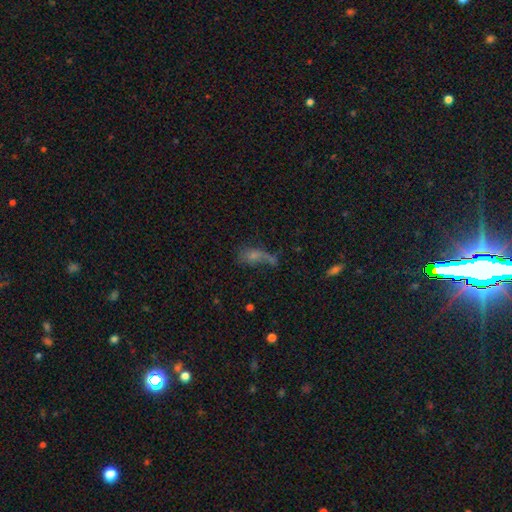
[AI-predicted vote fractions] Smooth or featured? smooth (49%)
Merging? none (33%)